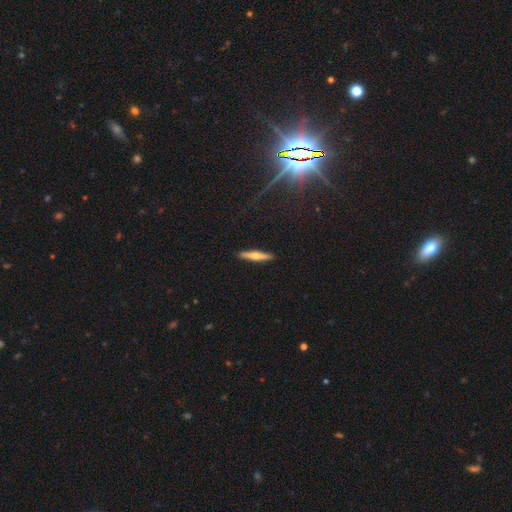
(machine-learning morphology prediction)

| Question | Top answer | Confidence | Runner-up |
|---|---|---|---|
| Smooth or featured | featured or disk | 47% | smooth (46%) |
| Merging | none | 91% | minor disturbance (7%) |